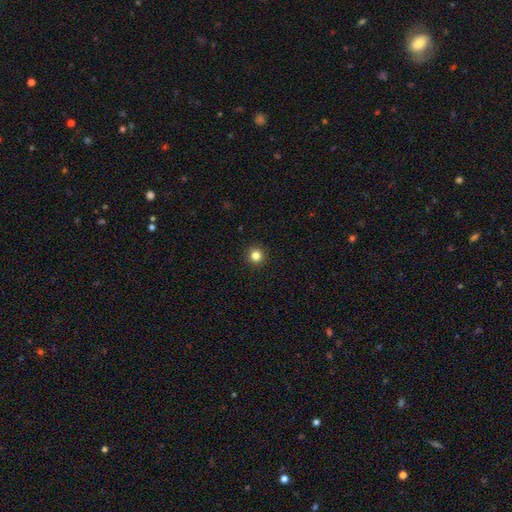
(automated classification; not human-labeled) Q: Smooth or featured?
A: smooth (82%); runner-up: star or artifact (13%)
Q: How rounded?
A: round (96%); runner-up: in between (3%)
Q: Merging?
A: none (94%); runner-up: minor disturbance (4%)